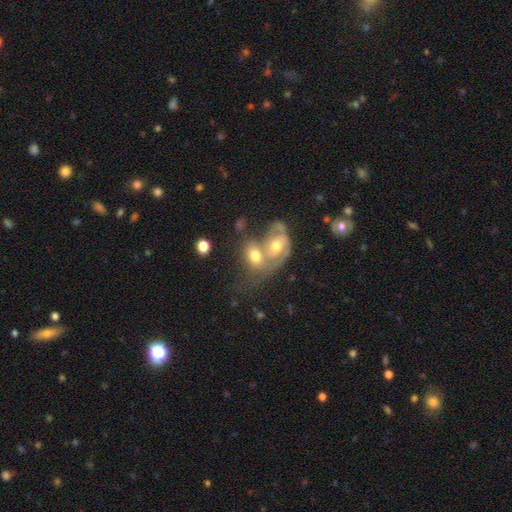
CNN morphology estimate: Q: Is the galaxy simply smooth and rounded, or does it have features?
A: featured or disk — 48%.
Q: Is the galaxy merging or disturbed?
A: merger — 71%.